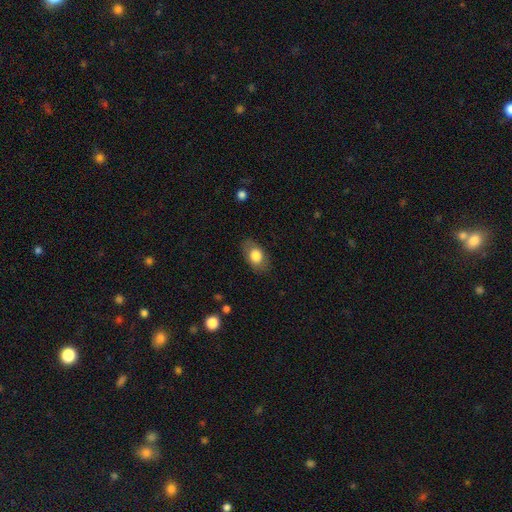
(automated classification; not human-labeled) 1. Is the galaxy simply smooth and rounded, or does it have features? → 78% smooth, 15% featured or disk, 7% star or artifact.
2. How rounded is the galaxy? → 84% in between, 14% round, 2% cigar-shaped.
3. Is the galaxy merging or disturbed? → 80% none, 14% minor disturbance, 5% major disturbance, 1% merger.